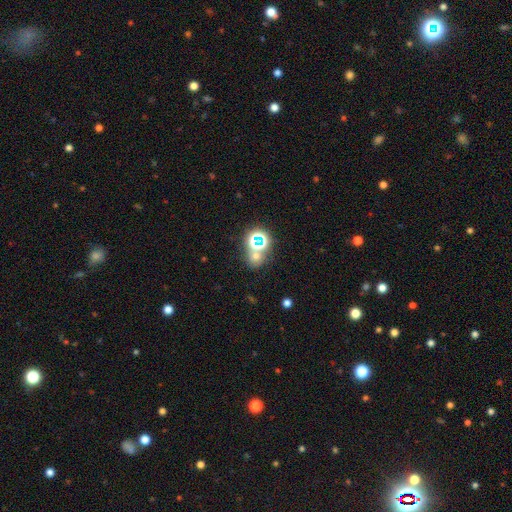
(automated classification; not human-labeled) A smooth galaxy with no disk features (49%).

Vote fractions:
- Smooth or featured? smooth: 49% / star or artifact: 42% / featured or disk: 10%
- Merging? none: 60% / merger: 28% / minor disturbance: 8% / major disturbance: 4%